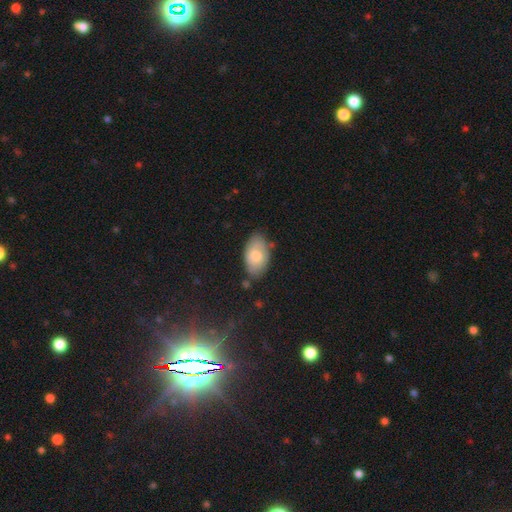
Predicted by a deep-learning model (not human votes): Q: Smooth or featured?
A: smooth (71%); runner-up: featured or disk (22%)
Q: How rounded?
A: in between (94%); runner-up: round (5%)
Q: Merging?
A: none (73%); runner-up: minor disturbance (21%)